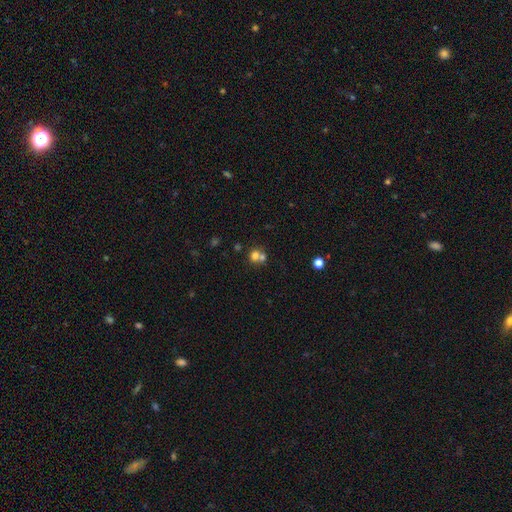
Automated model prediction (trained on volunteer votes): This is likely a smooth galaxy (68%). How rounded: clearly round (81%). Merging: possibly merger (51%).